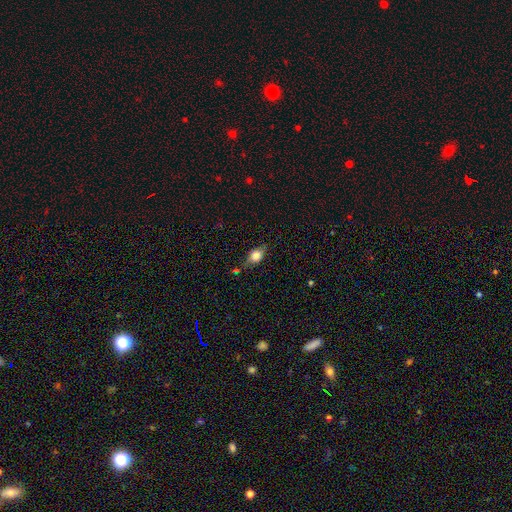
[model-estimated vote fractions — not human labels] Morphology: type=smooth (72%); roundness=in between (66%); merging=none (66%).